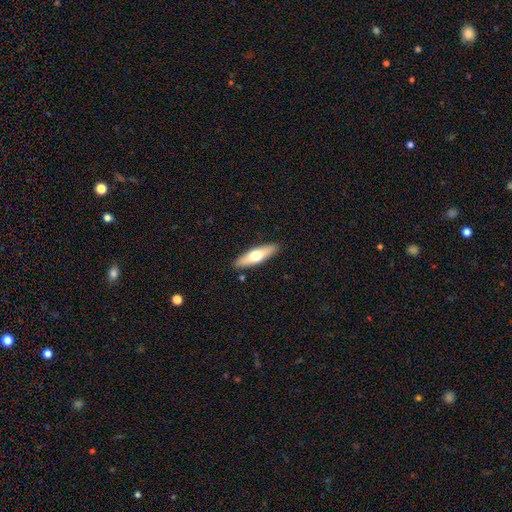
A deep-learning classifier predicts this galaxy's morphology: smooth-or-featured: smooth: 57% | featured or disk: 38% | star or artifact: 5%
  how-rounded: cigar-shaped: 62% | in between: 36% | round: 2%
  merging: none: 89% | minor disturbance: 8% | major disturbance: 2% | merger: 2%